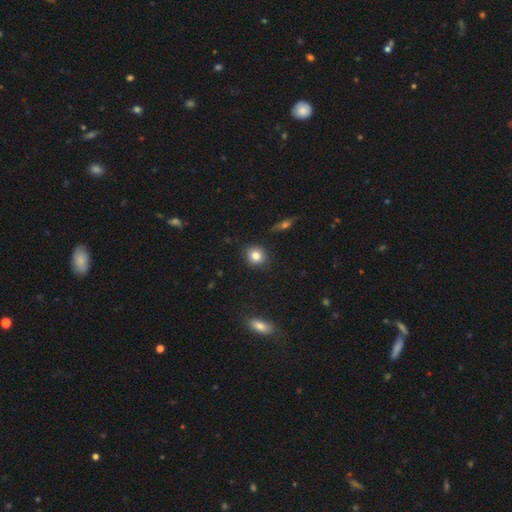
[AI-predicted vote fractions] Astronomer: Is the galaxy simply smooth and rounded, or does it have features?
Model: smooth — 83%.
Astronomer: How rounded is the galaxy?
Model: round — 81%.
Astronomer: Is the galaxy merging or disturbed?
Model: none — 86%.